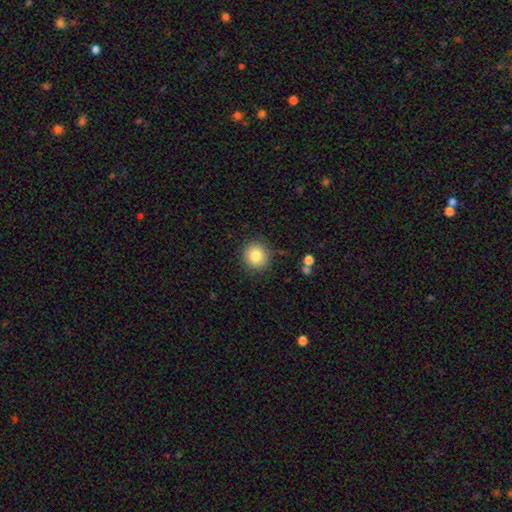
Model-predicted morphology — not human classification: smooth 84%, star or artifact 9%, featured or disk 7%. Down the decision tree: how rounded — round (88%); merging — none (87%).